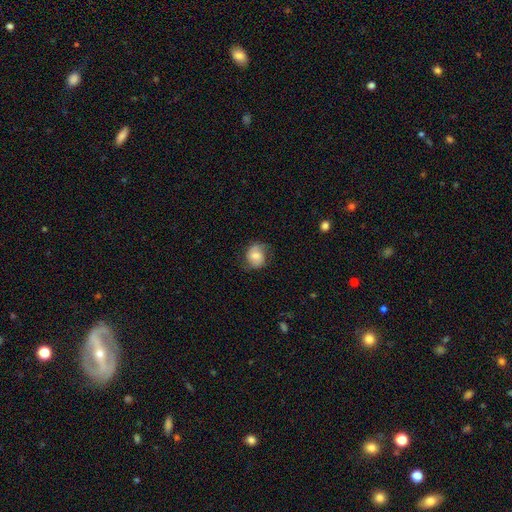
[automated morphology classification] A smooth galaxy with no disk features (53%) that is round (68%). Merging: none (68%).